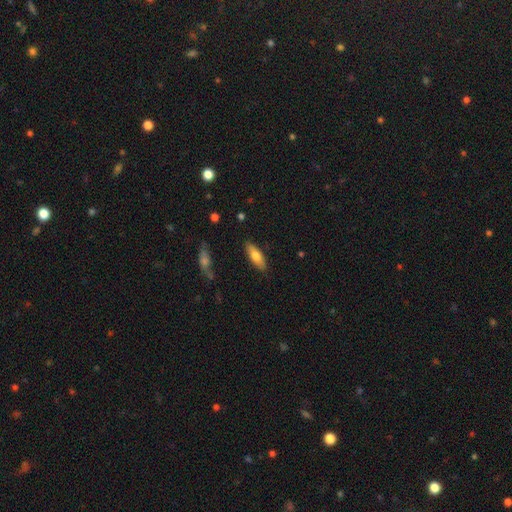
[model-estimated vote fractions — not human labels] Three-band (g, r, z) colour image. It shows a smooth galaxy with no disk features (70%) that is in between round and cigar-shaped (61%). Merging: none (86%).